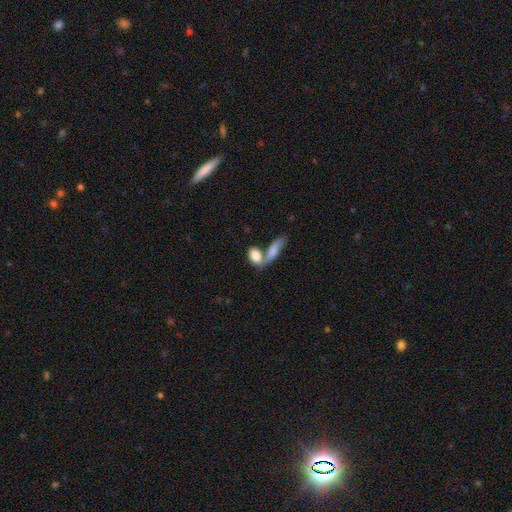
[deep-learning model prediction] Overall: smooth (81%). How rounded: in between (83%). Merging: merger (52%; none 34%).